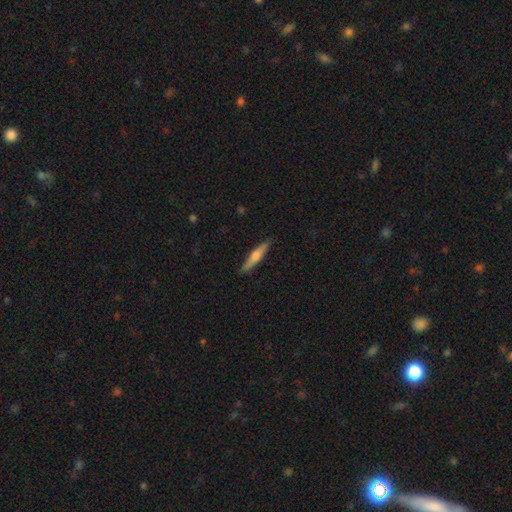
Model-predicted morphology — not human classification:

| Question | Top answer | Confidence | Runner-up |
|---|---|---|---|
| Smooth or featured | smooth | 54% | featured or disk (41%) |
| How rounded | cigar-shaped | 86% | in between (12%) |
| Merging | none | 89% | minor disturbance (8%) |